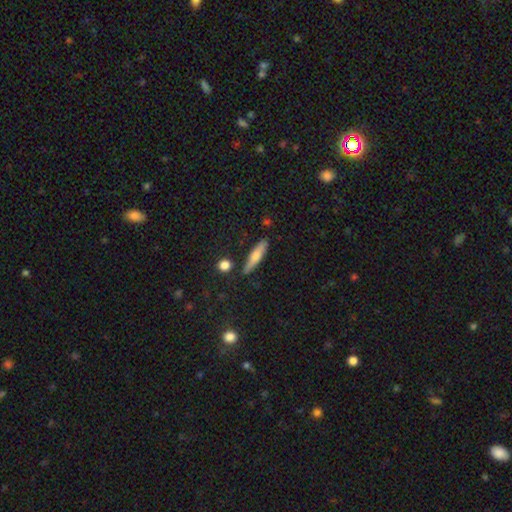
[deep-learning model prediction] Smooth or featured: smooth — 51% (featured or disk — 41%)
How rounded: cigar-shaped — 82% (in between — 15%)
Merging: none — 86% (minor disturbance — 9%)